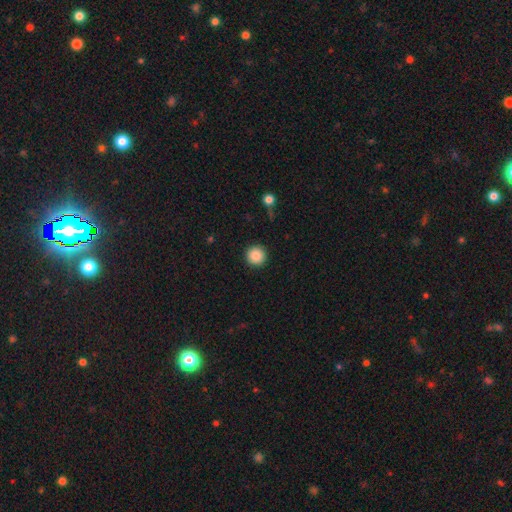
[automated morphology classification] Smooth or featured: smooth — 87% (star or artifact — 9%)
How rounded: round — 96% (in between — 3%)
Merging: none — 92% (minor disturbance — 5%)